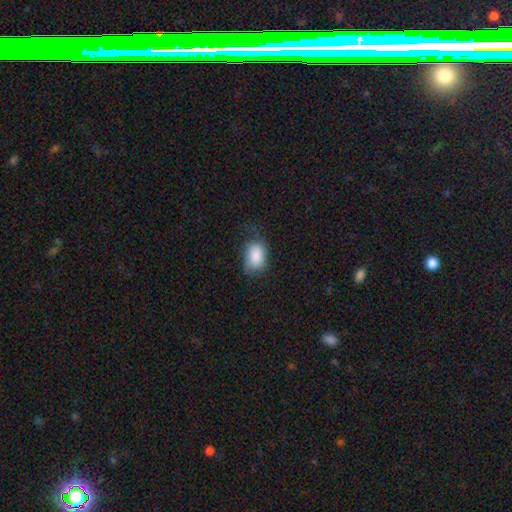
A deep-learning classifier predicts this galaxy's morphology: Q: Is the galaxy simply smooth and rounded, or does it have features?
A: smooth — 85%.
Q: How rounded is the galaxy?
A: in between — 83%.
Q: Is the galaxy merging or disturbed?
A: none — 54%.